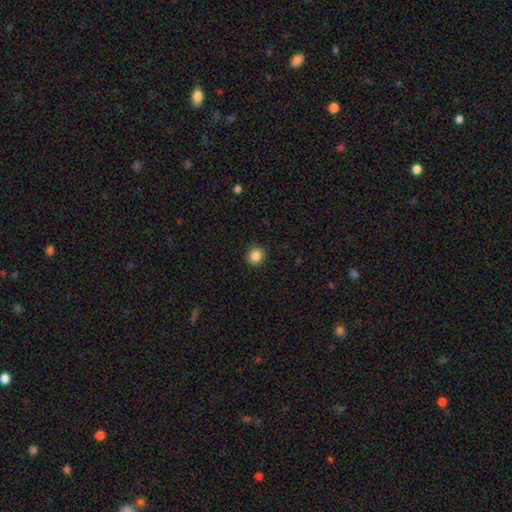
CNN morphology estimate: The model was most divided on "how rounded": round: 80%, in between: 19%, cigar-shaped: 1%. More confident: merging — none (90%); smooth or featured — smooth (86%).